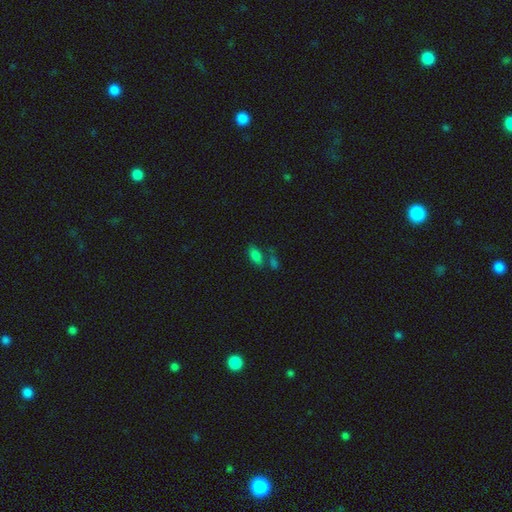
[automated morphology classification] Smooth or featured: smooth — 79% (star or artifact — 13%)
How rounded: in between — 88% (cigar-shaped — 8%)
Merging: none — 52% (merger — 30%)